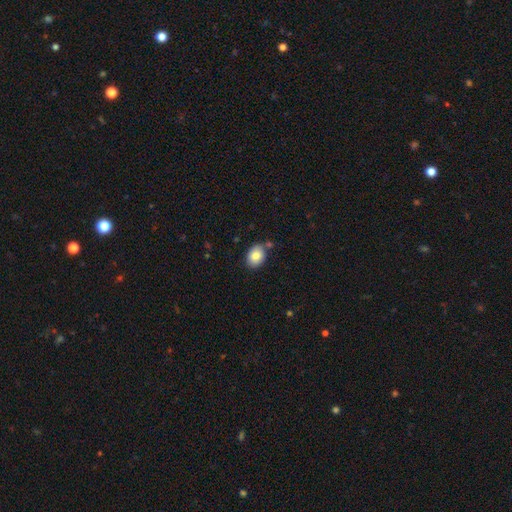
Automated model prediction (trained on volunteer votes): Smooth or featured: smooth — 84% (featured or disk — 9%)
How rounded: in between — 67% (round — 32%)
Merging: none — 73% (minor disturbance — 16%)